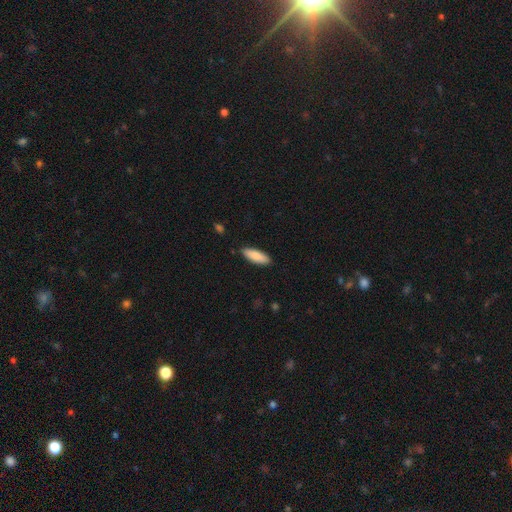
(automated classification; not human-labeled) Smooth or featured? smooth (86%)
How rounded? in between (64%)
Merging? none (87%)